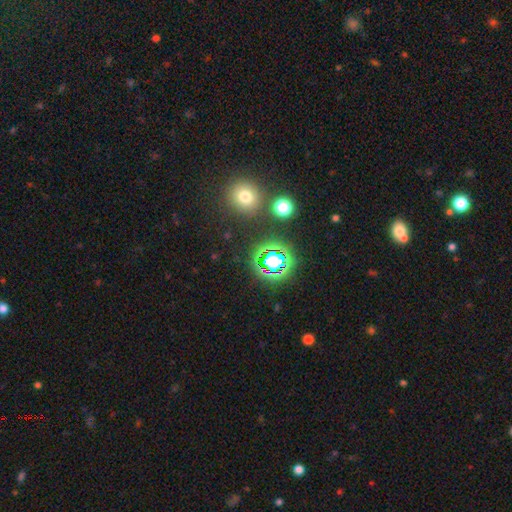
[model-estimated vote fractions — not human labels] Smooth or featured? star or artifact (64%)